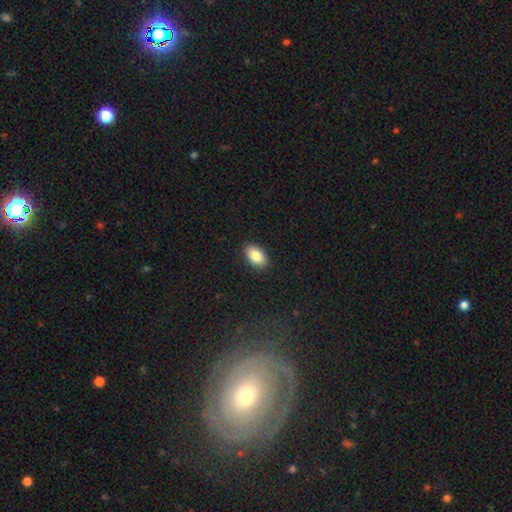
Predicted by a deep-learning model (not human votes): The model was most divided on "smooth or featured": smooth: 85%, featured or disk: 8%, star or artifact: 7%. More confident: how rounded — in between (93%); merging — none (89%).